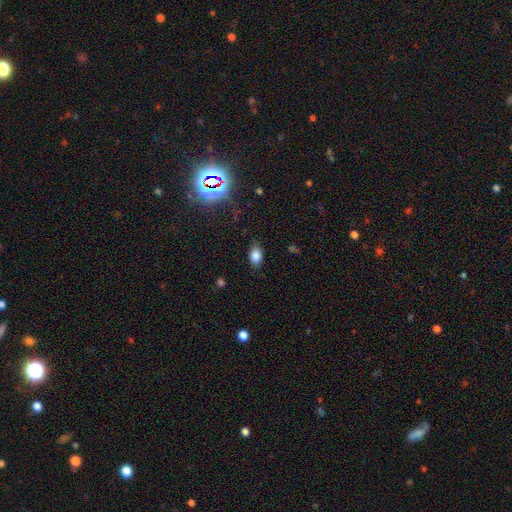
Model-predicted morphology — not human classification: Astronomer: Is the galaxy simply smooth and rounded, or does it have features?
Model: smooth — 81%.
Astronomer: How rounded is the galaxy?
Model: in between — 87%.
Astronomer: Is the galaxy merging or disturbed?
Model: none — 80%.